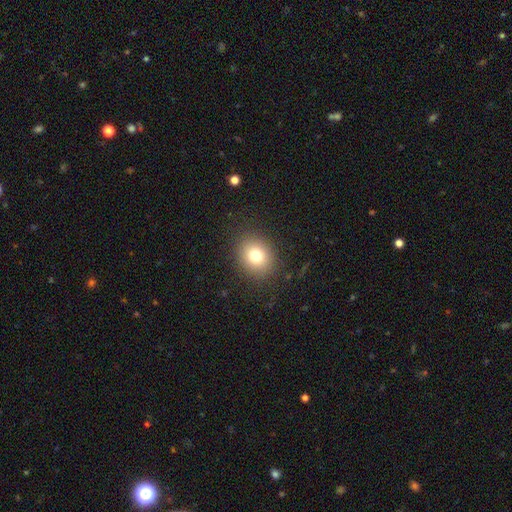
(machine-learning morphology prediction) A smooth galaxy with no disk features (77%) that is round (69%).

Vote fractions:
- Smooth or featured? smooth: 77% / star or artifact: 13% / featured or disk: 10%
- How rounded? round: 69% / in between: 30% / cigar-shaped: 1%
- Merging? none: 88% / minor disturbance: 8% / major disturbance: 4% / merger: 1%